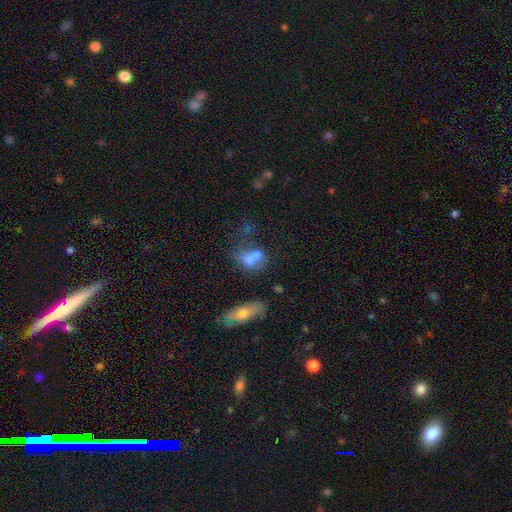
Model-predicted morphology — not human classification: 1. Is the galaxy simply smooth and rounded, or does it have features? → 61% smooth, 26% featured or disk, 13% star or artifact.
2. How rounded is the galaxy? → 62% in between, 33% round, 4% cigar-shaped.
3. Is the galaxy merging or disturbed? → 54% merger, 24% none, 12% minor disturbance, 10% major disturbance.